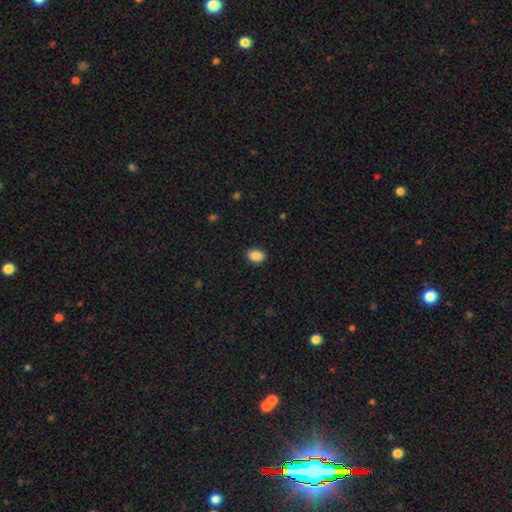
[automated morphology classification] Overall: smooth (89%). How rounded: in between (75%). Merging: none (89%).